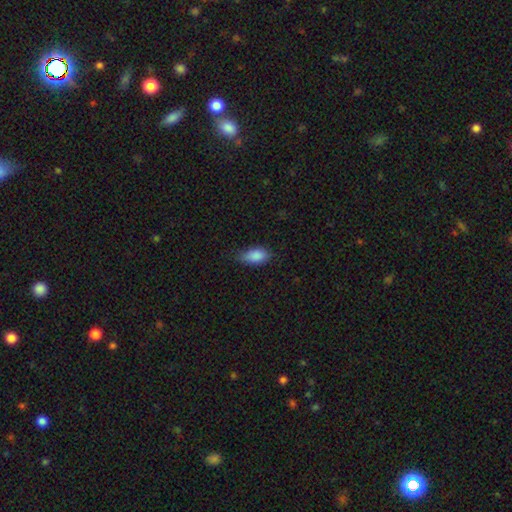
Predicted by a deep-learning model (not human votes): smooth-or-featured: smooth: 87% | star or artifact: 7% | featured or disk: 5%
  how-rounded: in between: 90% | cigar-shaped: 6% | round: 4%
  merging: none: 66% | minor disturbance: 27% | major disturbance: 5% | merger: 1%